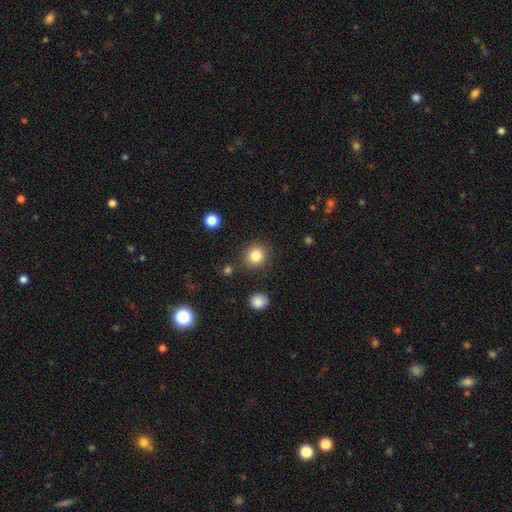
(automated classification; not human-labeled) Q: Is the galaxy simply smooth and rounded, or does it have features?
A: smooth — 83%.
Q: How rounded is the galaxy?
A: round — 87%.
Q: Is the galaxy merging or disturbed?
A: none — 86%.